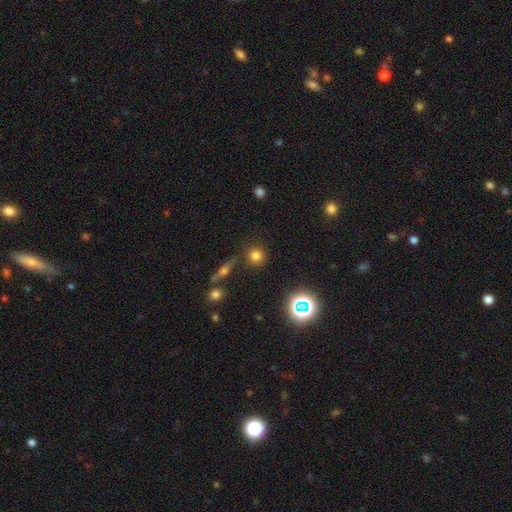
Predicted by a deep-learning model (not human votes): smooth-or-featured: smooth: 75% | star or artifact: 17% | featured or disk: 8%
  how-rounded: round: 91% | in between: 7% | cigar-shaped: 2%
  merging: none: 83% | minor disturbance: 8% | merger: 6% | major disturbance: 3%